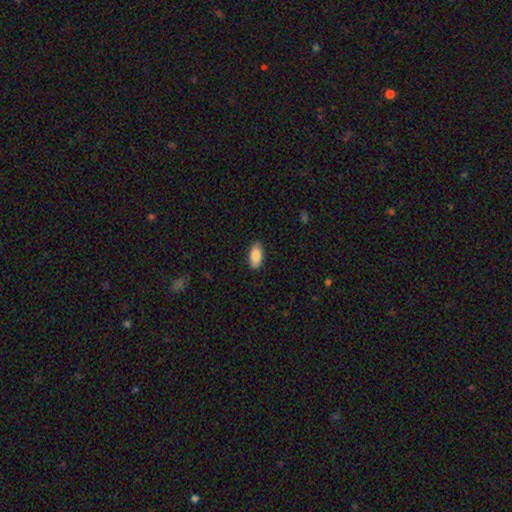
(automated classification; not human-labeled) This appears to be a smooth galaxy with no disk features (88%) that is in between round and cigar-shaped (92%). Merging: none (86%).